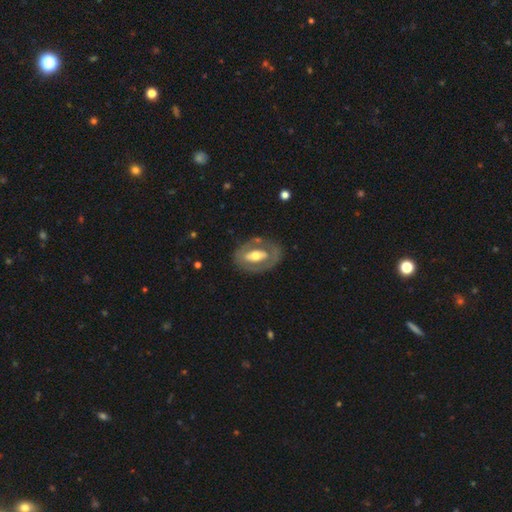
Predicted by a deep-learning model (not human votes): Overall: featured or disk (64%; smooth 31%). Edge-on disk: no (91%). Bar: no (45%; strong 29%). Spiral arms: no (75%). Bulge size: moderate (64%). Merging: none (73%).